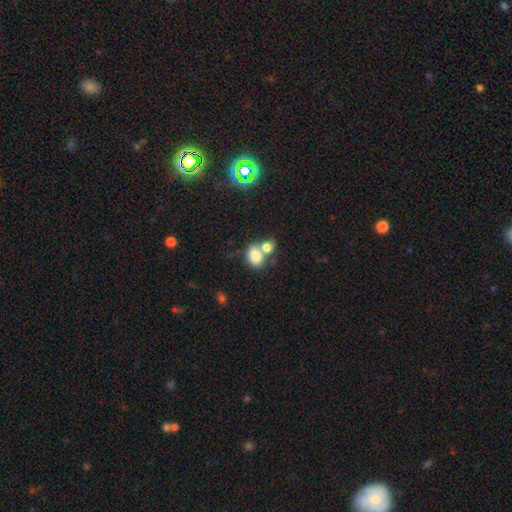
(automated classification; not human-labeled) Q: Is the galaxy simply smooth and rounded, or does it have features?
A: smooth — 78%.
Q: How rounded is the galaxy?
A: in between — 55%.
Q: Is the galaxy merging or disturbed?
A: merger — 55%.